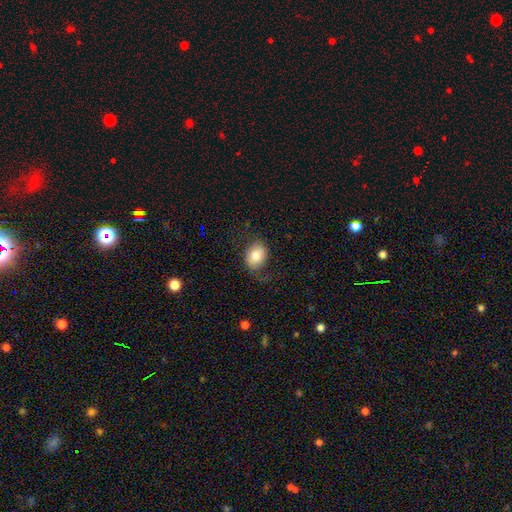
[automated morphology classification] Q: Smooth or featured?
A: smooth (75%); runner-up: featured or disk (17%)
Q: How rounded?
A: in between (68%); runner-up: round (31%)
Q: Merging?
A: none (65%); runner-up: minor disturbance (22%)